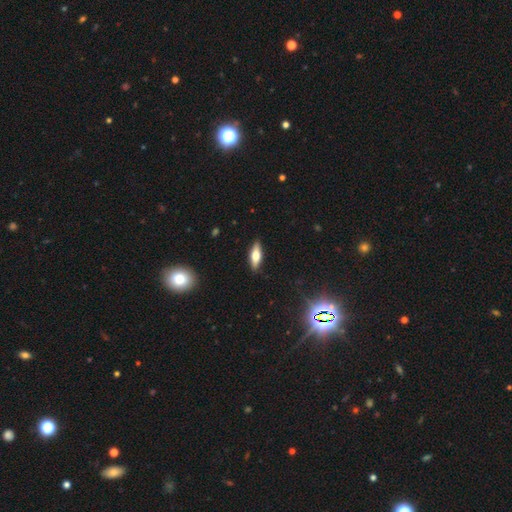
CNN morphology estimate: Smooth or featured? smooth (52%)
How rounded? in between (54%)
Merging? none (89%)